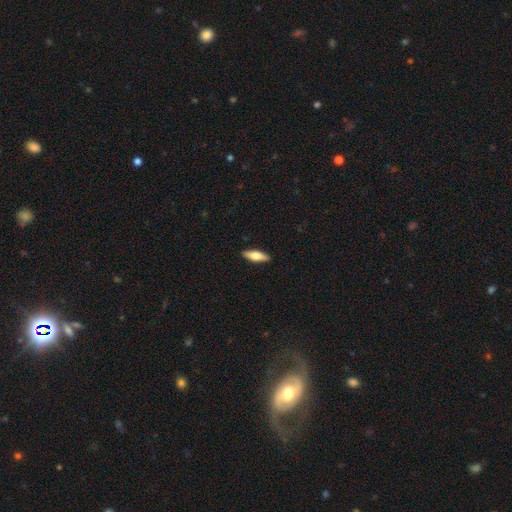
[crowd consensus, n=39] This appears to be a smooth galaxy with no disk features (59%) that is in between round and cigar-shaped (57%). Merging: none (92%).